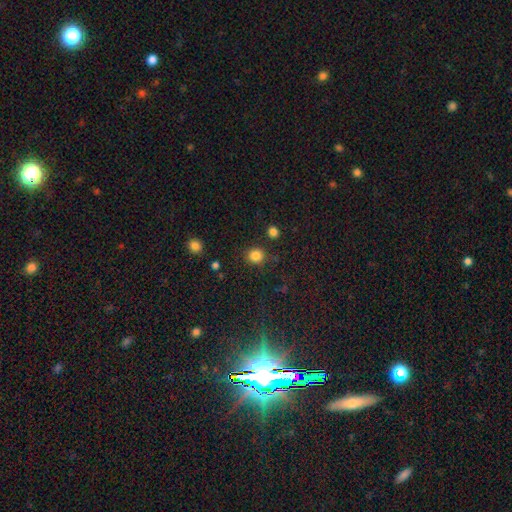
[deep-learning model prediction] The model was most divided on "smooth or featured": smooth: 84%, star or artifact: 12%, featured or disk: 4%. More confident: how rounded — round (87%); merging — none (86%).